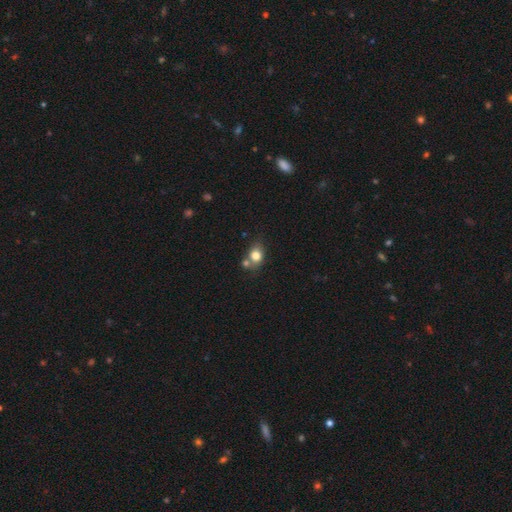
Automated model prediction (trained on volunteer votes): A smooth galaxy with no disk features (78%) that is in between round and cigar-shaped (52%).

Vote fractions:
- Smooth or featured? smooth: 78% / featured or disk: 11% / star or artifact: 10%
- How rounded? in between: 52% / round: 46% / cigar-shaped: 1%
- Merging? none: 52% / merger: 28% / minor disturbance: 15% / major disturbance: 5%